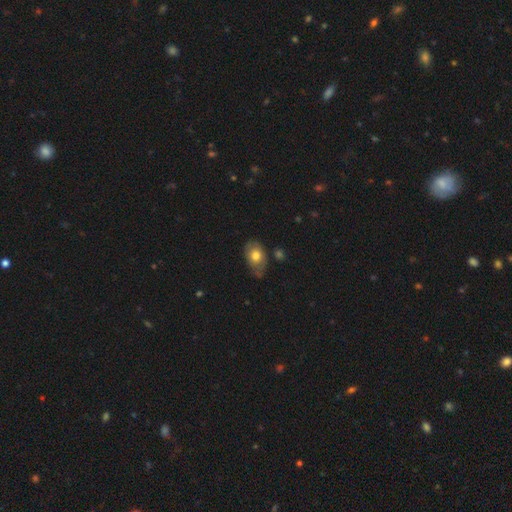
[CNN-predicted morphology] The model was most divided on "merging": none: 61%, minor disturbance: 29%, major disturbance: 7%, merger: 4%. More confident: how rounded — in between (82%); smooth or featured — smooth (69%).